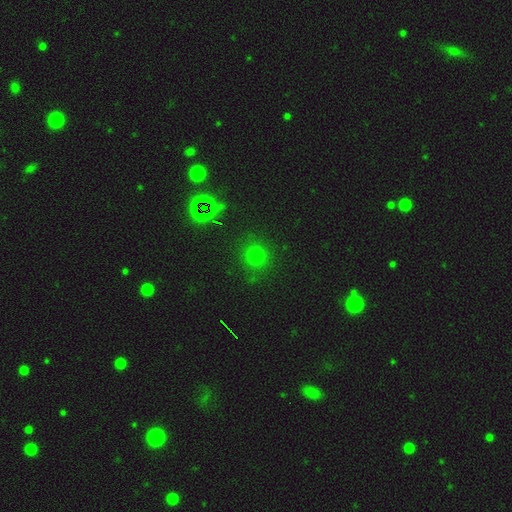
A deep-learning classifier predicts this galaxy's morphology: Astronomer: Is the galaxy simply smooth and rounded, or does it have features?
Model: smooth — 71%.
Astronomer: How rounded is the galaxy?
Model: round — 92%.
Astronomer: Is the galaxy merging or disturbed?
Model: none — 85%.